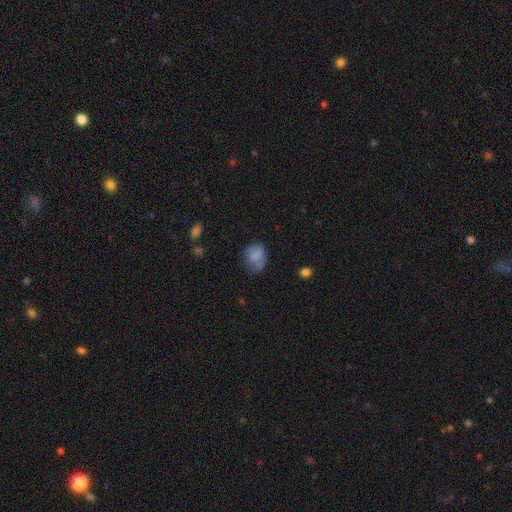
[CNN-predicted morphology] This appears to be a smooth galaxy with no disk features (74%) that is in between round and cigar-shaped (57%). Merging: none (51%).